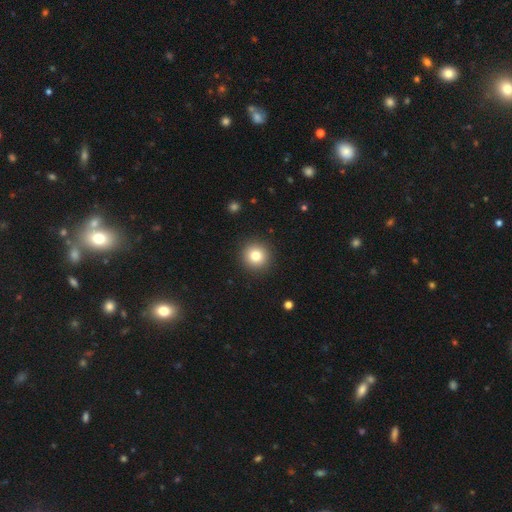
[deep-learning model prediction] This is clearly a smooth galaxy (80%). How rounded: clearly round (95%). Merging: clearly none (92%).